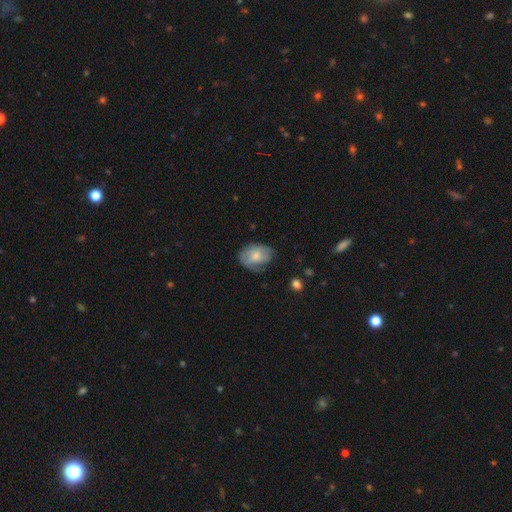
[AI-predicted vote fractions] smooth_or_featured: smooth (p=0.59) [alt: featured or disk p=0.35]
how_rounded: in between (p=0.71) [alt: round p=0.27]
merging: none (p=0.61) [alt: minor disturbance p=0.29]